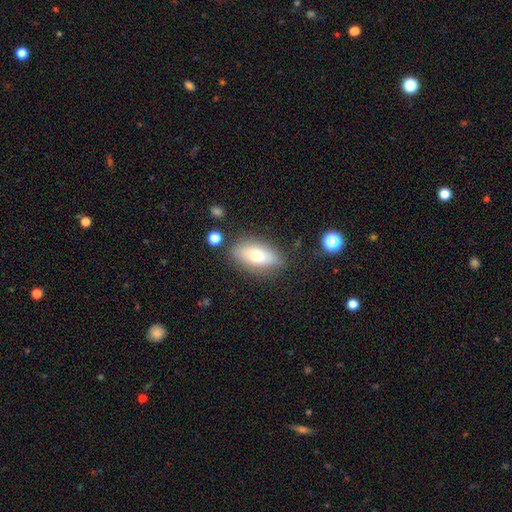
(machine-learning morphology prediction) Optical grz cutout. It shows a smooth galaxy with no disk features (67%) that is in between round and cigar-shaped (83%). Merging: none (79%).